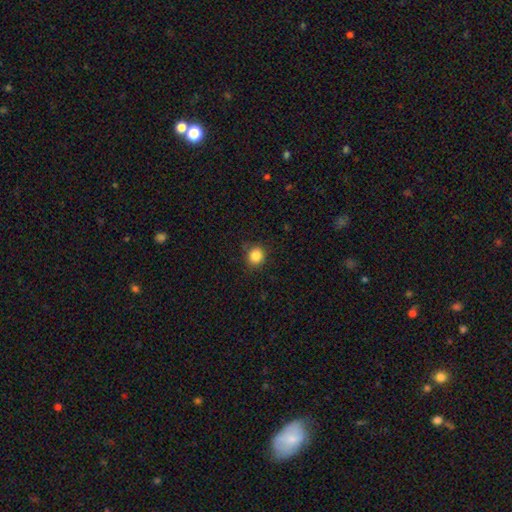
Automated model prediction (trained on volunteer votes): The model was most divided on "merging": none: 85%, minor disturbance: 11%, major disturbance: 3%, merger: 1%. More confident: how rounded — round (87%); smooth or featured — smooth (85%).